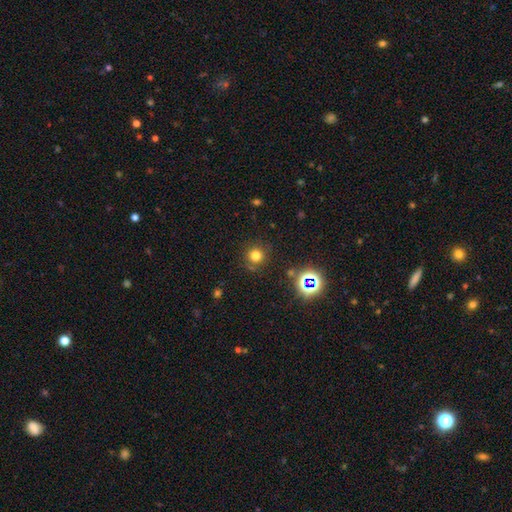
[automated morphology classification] This appears to be a smooth galaxy with no disk features (72%) that is round (93%). Merging: none (82%).